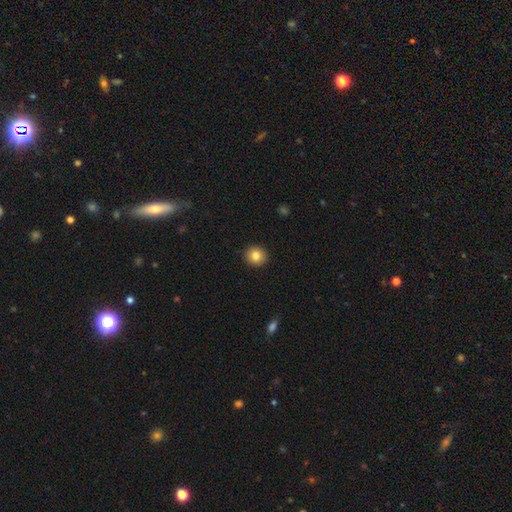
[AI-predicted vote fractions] A smooth galaxy with no disk features (83%) that is round (90%).

Vote fractions:
- Smooth or featured? smooth: 83% / star or artifact: 9% / featured or disk: 8%
- How rounded? round: 90% / in between: 9% / cigar-shaped: 1%
- Merging? none: 92% / minor disturbance: 5% / major disturbance: 2% / merger: 1%